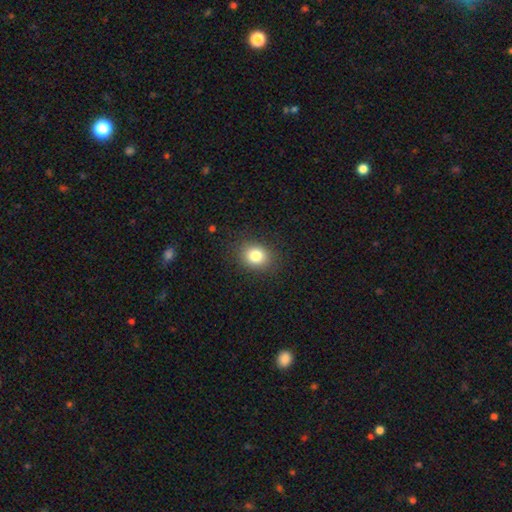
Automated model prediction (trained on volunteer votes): Overall: smooth (81%). How rounded: round (62%; in between 38%). Merging: none (87%).